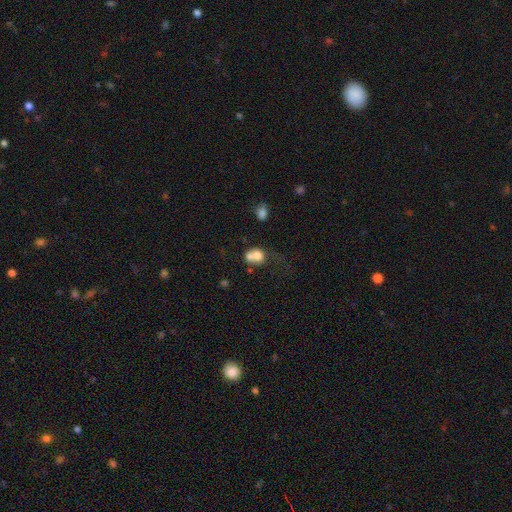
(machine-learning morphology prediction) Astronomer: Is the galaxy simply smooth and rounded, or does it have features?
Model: smooth — 68%.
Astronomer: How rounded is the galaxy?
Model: round — 64%.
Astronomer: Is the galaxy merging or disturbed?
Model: merger — 61%.